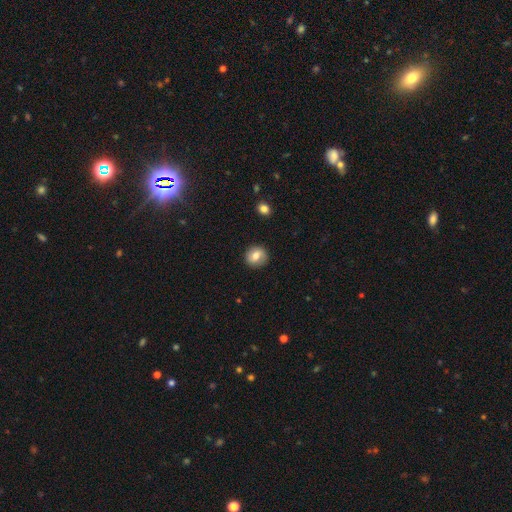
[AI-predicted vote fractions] Smooth or featured?
  - smooth: 73% *
  - featured or disk: 18%
  - star or artifact: 9%
How rounded?
  - round: 85% *
  - in between: 14%
  - cigar-shaped: 1%
Merging?
  - none: 88% *
  - minor disturbance: 9%
  - major disturbance: 2%
  - merger: 1%